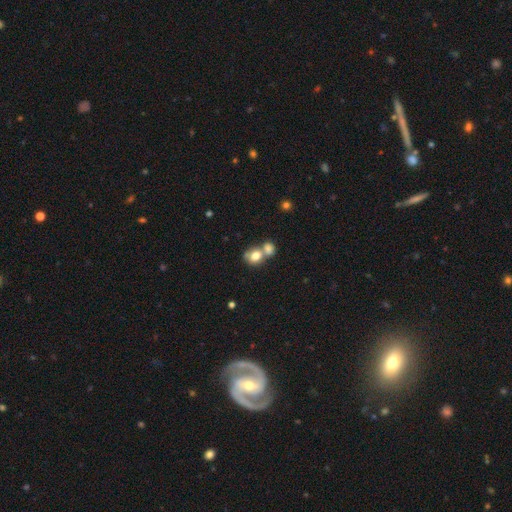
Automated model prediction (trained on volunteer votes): The model was most divided on "how rounded": round: 58%, in between: 40%, cigar-shaped: 1%. More confident: smooth or featured — smooth (75%); merging — merger (60%).